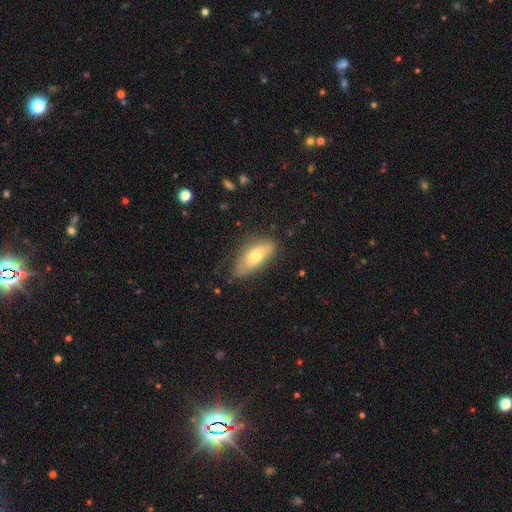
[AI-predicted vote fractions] A smooth galaxy with no disk features (63%) that is in between round and cigar-shaped (78%).

Vote fractions:
- Smooth or featured? smooth: 63% / featured or disk: 30% / star or artifact: 7%
- How rounded? in between: 78% / cigar-shaped: 18% / round: 3%
- Merging? none: 76% / minor disturbance: 19% / major disturbance: 4% / merger: 1%